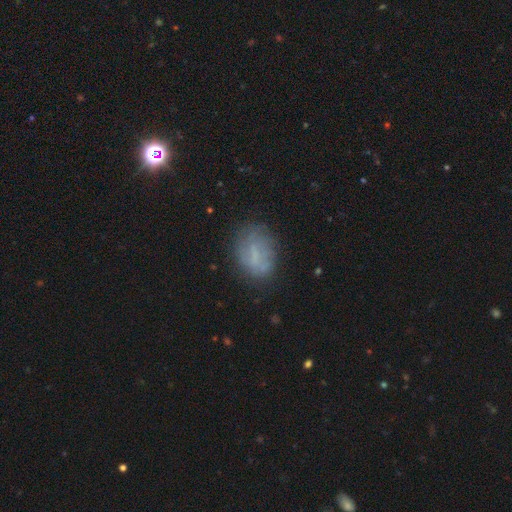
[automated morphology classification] This appears to be a smooth galaxy with no disk features (58%) that is in between round and cigar-shaped (75%). Merging: none (69%).